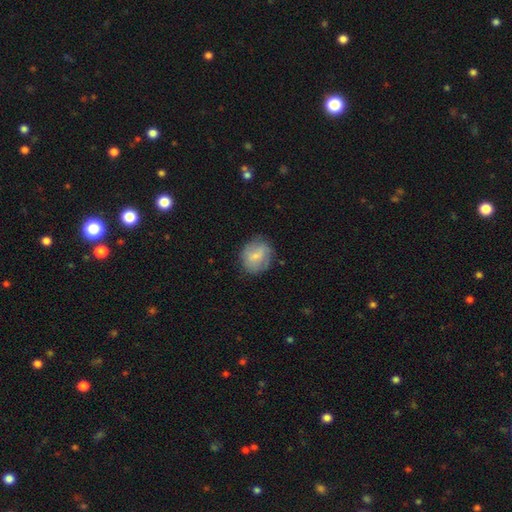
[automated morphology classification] Smooth or featured? smooth (61%)
How rounded? round (73%)
Merging? none (70%)